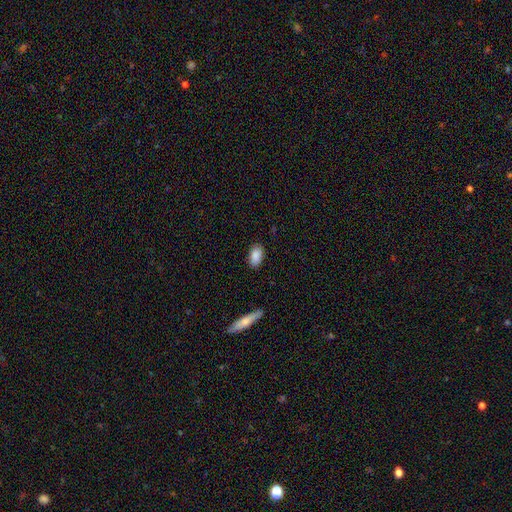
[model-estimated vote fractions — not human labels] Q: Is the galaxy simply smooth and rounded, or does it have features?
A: smooth — 88%.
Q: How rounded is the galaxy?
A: in between — 91%.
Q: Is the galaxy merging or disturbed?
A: none — 86%.